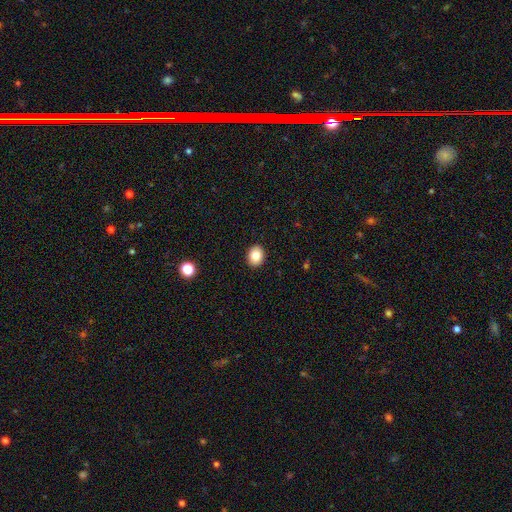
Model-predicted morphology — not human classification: smooth-or-featured: smooth: 84% | star or artifact: 9% | featured or disk: 7%
  how-rounded: round: 51% | in between: 48% | cigar-shaped: 1%
  merging: none: 92% | minor disturbance: 6% | major disturbance: 2% | merger: 1%